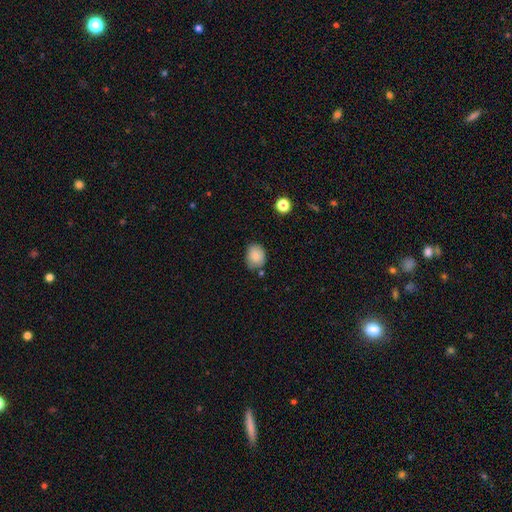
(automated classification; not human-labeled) smooth-or-featured: smooth: 84% | featured or disk: 8% | star or artifact: 8%
  how-rounded: in between: 50% | round: 49% | cigar-shaped: 1%
  merging: none: 72% | minor disturbance: 20% | merger: 5% | major disturbance: 4%